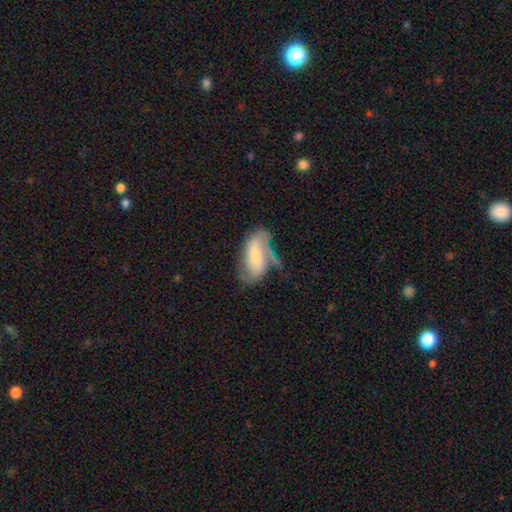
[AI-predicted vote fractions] smooth-or-featured: featured or disk: 54% | smooth: 39% | star or artifact: 7%
  disk-edge-on: no: 93% | yes: 7%
    bar: weak: 38% | no: 37% | strong: 25%
    has-spiral-arms: yes: 80% | no: 20%
    bulge-size: small: 42% | moderate: 37% | none: 10% | large: 9% | dominant: 2%
  merging: none: 40% | minor disturbance: 29% | major disturbance: 23% | merger: 8%